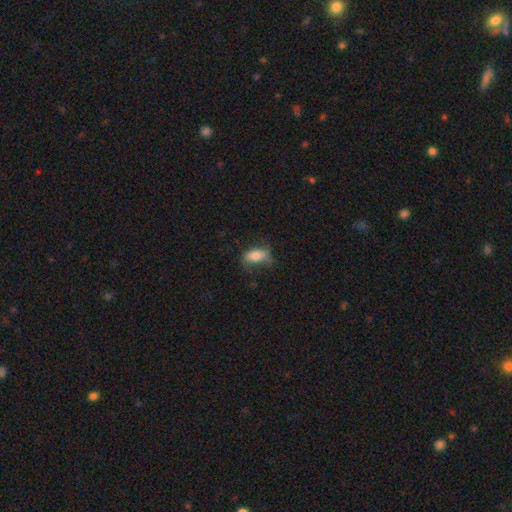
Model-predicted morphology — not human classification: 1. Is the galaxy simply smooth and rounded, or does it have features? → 73% smooth, 18% featured or disk, 9% star or artifact.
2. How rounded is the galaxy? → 85% in between, 9% cigar-shaped, 6% round.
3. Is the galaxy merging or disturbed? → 47% none, 30% minor disturbance, 20% major disturbance, 2% merger.